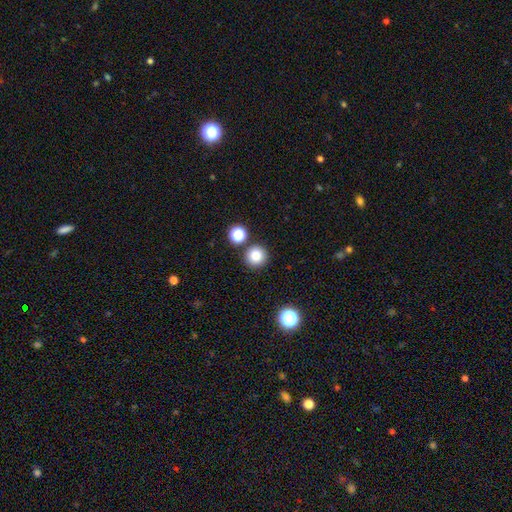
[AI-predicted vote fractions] smooth-or-featured: smooth: 81% | star or artifact: 13% | featured or disk: 7%
  how-rounded: round: 95% | in between: 4% | cigar-shaped: 1%
  merging: none: 85% | merger: 7% | minor disturbance: 6% | major disturbance: 2%